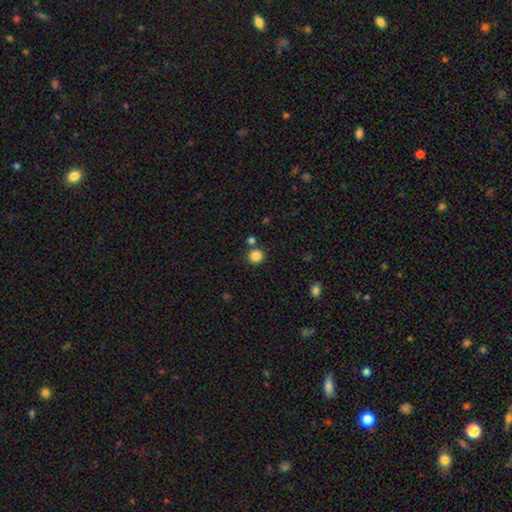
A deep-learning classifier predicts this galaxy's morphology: A smooth galaxy with no disk features (85%) that is round (93%). Merging: none (82%).